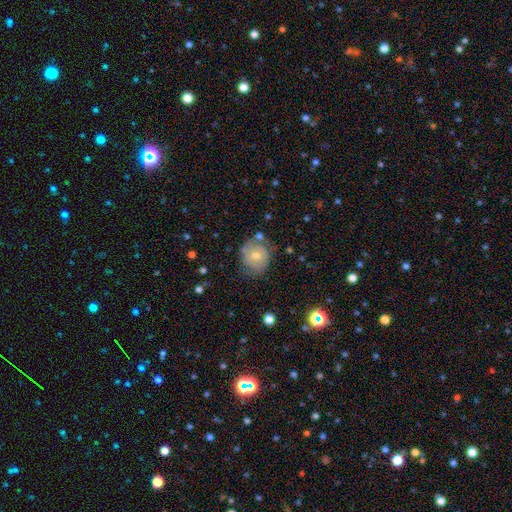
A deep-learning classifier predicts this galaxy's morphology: A smooth galaxy with no disk features (49%).

Vote fractions:
- Smooth or featured? smooth: 49% / featured or disk: 43% / star or artifact: 8%
- Merging? none: 62% / minor disturbance: 25% / major disturbance: 9% / merger: 5%